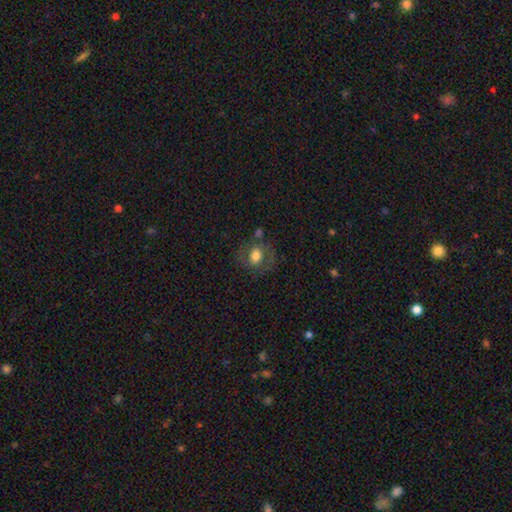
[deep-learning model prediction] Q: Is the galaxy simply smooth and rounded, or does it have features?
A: smooth — 62%.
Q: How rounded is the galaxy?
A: round — 55%.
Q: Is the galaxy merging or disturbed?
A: none — 66%.